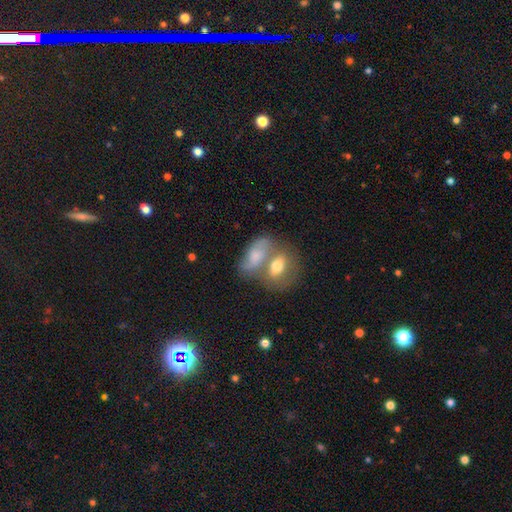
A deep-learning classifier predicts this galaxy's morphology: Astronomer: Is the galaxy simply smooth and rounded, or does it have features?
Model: smooth — 58% (runner-up: featured or disk, 33%).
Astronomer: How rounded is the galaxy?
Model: in between — 82%.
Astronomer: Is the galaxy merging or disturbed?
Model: merger — 56%.